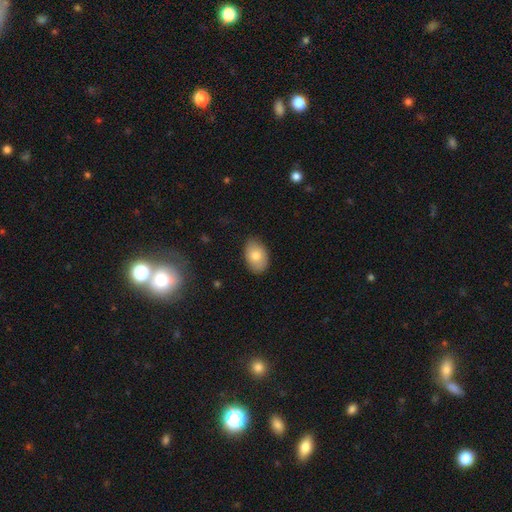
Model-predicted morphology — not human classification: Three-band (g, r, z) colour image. It shows a smooth galaxy with no disk features (79%) that is in between round and cigar-shaped (87%). Merging: none (82%).